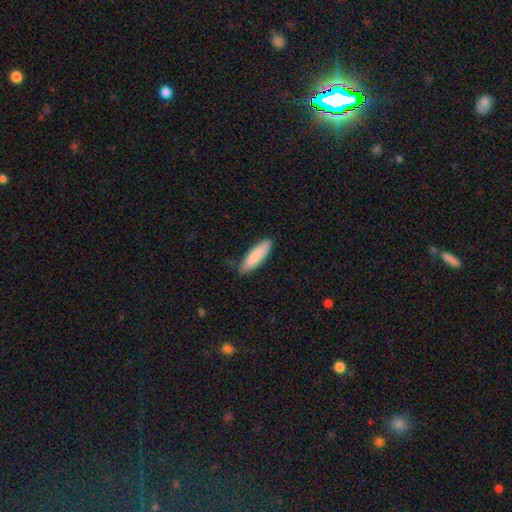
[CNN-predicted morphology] This is clearly a smooth galaxy (86%). How rounded: likely cigar-shaped (63%). Merging: clearly none (81%).